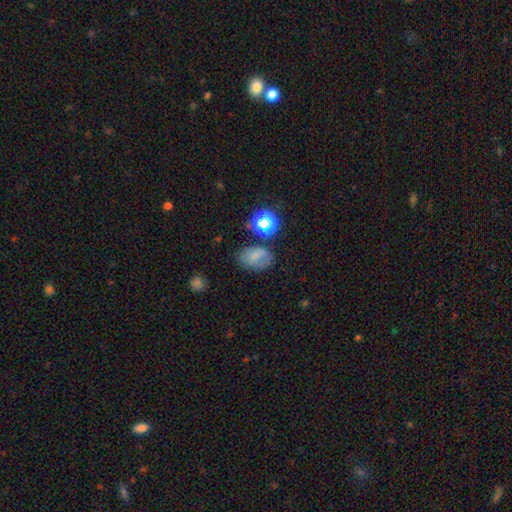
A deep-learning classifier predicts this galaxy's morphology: Smooth or featured? Predicted: smooth (p=0.63). How rounded? Predicted: in between (p=0.78). Merging? Predicted: none (p=0.63).